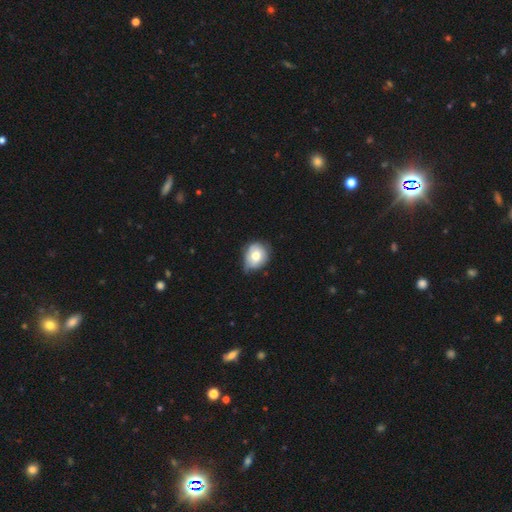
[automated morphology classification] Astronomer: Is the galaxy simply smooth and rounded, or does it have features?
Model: smooth — 66%.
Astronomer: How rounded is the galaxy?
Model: round — 66%.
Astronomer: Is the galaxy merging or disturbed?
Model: none — 45% (runner-up: minor disturbance, 42%).